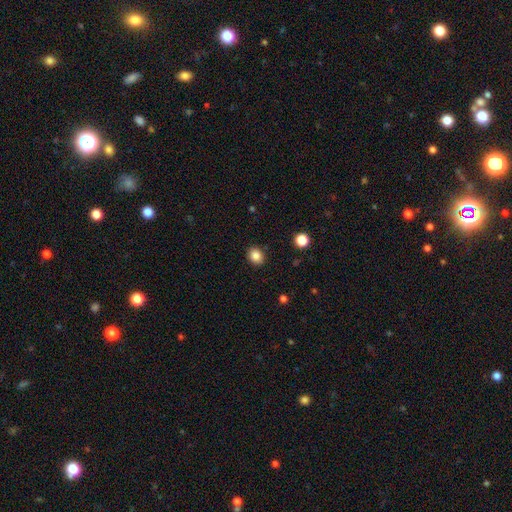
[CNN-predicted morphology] Smooth or featured: smooth — 85% (star or artifact — 10%)
How rounded: round — 60% (in between — 39%)
Merging: none — 90% (minor disturbance — 7%)